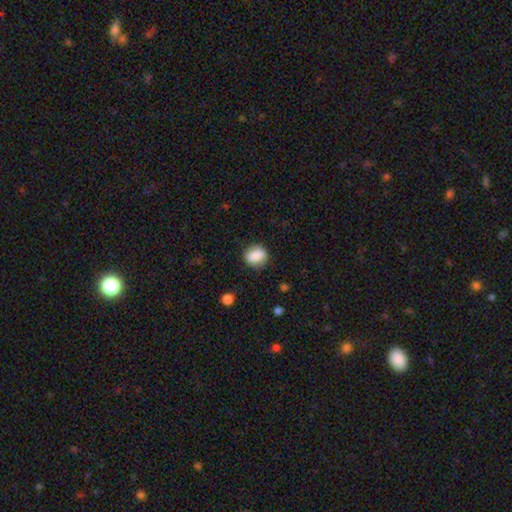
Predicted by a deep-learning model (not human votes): Smooth or featured: smooth — 86% (star or artifact — 8%)
How rounded: round — 64% (in between — 35%)
Merging: none — 83% (minor disturbance — 13%)